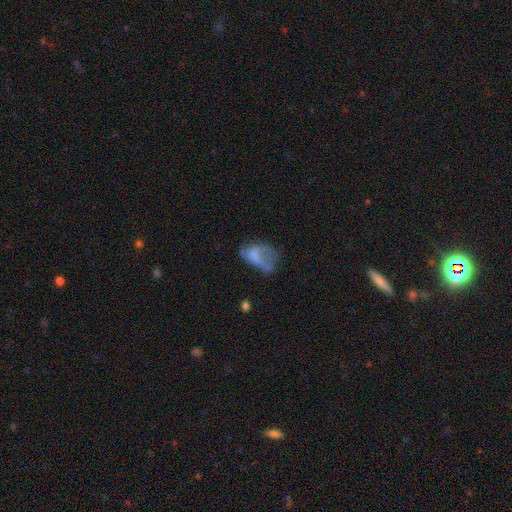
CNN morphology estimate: Smooth or featured?
  - smooth: 57% *
  - featured or disk: 31%
  - star or artifact: 12%
How rounded?
  - in between: 85% *
  - round: 12%
  - cigar-shaped: 3%
Merging?
  - major disturbance: 44% *
  - minor disturbance: 25%
  - none: 24%
  - merger: 8%